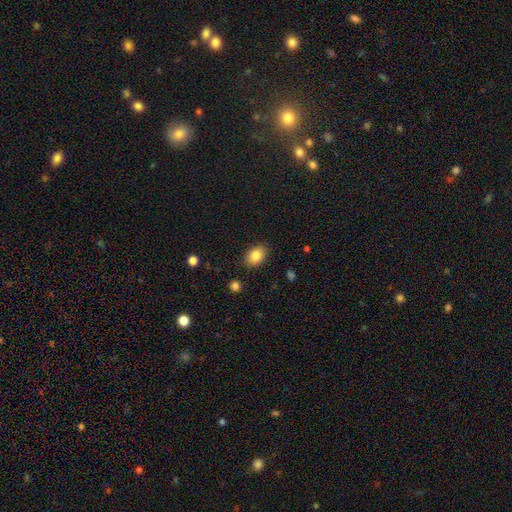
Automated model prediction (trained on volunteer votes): The model was most divided on "how rounded": in between: 79%, round: 20%, cigar-shaped: 1%. More confident: merging — none (87%); smooth or featured — smooth (84%).